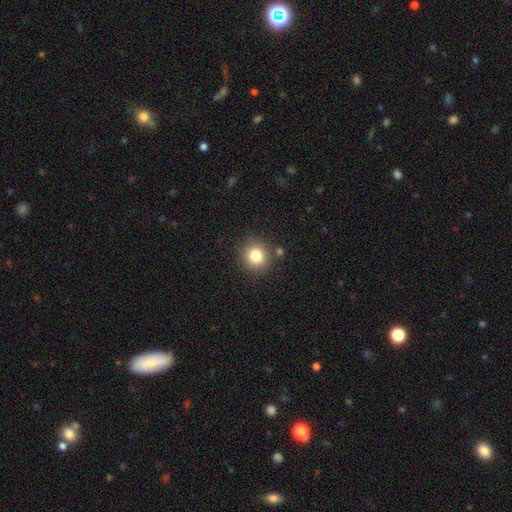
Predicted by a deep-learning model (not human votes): A smooth galaxy with no disk features (81%) that is round (90%). Merging: none (84%).